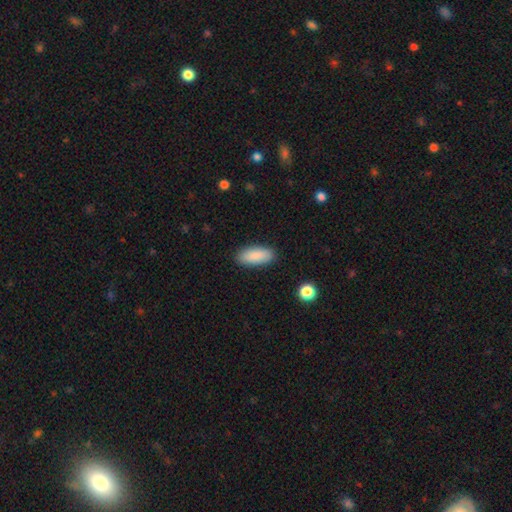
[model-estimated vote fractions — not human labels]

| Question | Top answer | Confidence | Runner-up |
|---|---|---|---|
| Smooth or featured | smooth | 89% | star or artifact (6%) |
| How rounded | in between | 82% | cigar-shaped (16%) |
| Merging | none | 89% | minor disturbance (8%) |